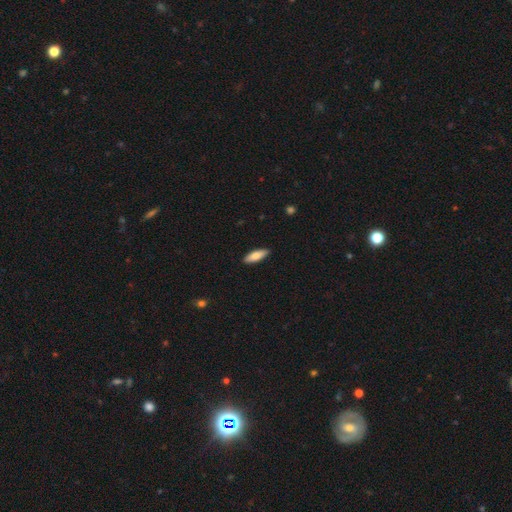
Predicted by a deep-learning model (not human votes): Overall: smooth (78%). How rounded: in between (56%; cigar-shaped 42%). Merging: none (90%).